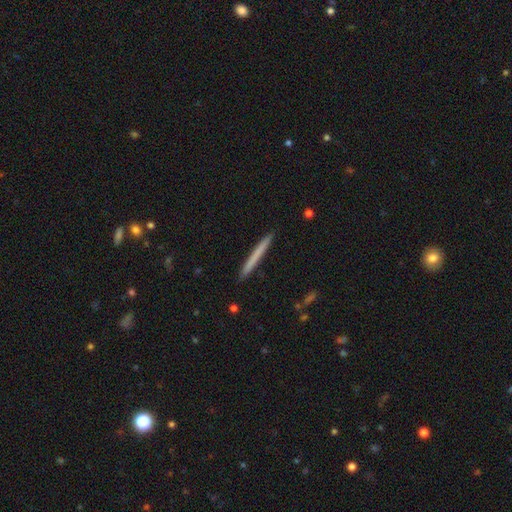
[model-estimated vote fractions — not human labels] A smooth galaxy with no disk features (65%) that is cigar-shaped (97%). Merging: none (92%).